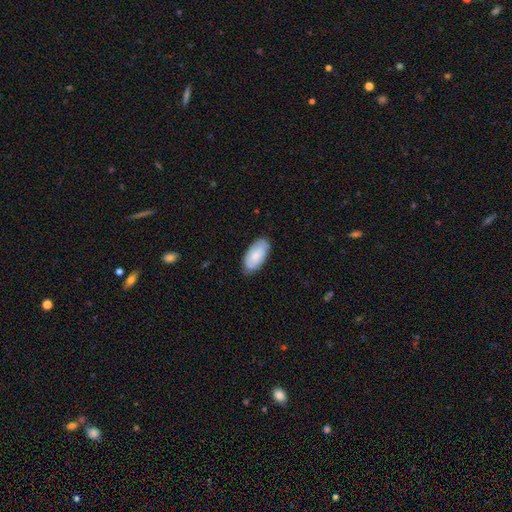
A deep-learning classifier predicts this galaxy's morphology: Overall: smooth (69%). How rounded: in between (94%). Merging: none (79%).